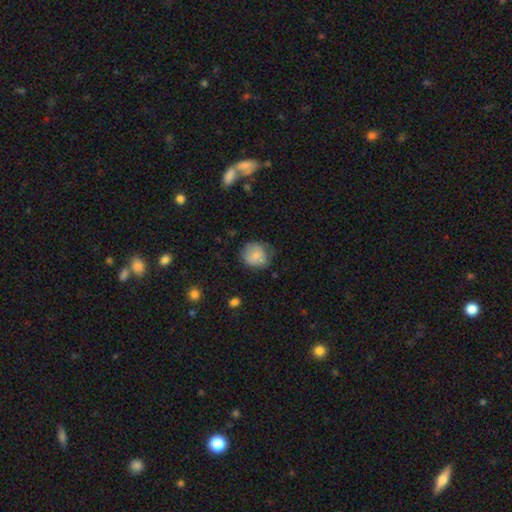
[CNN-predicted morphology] Smooth or featured? Predicted: smooth (p=0.81). How rounded? Predicted: round (p=0.78). Merging? Predicted: none (p=0.63).